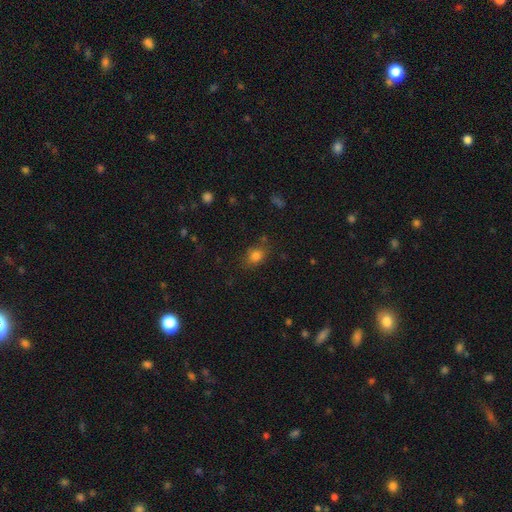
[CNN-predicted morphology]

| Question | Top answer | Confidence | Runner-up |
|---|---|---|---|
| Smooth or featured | smooth | 80% | star or artifact (13%) |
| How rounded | in between | 52% | round (47%) |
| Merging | none | 74% | minor disturbance (17%) |